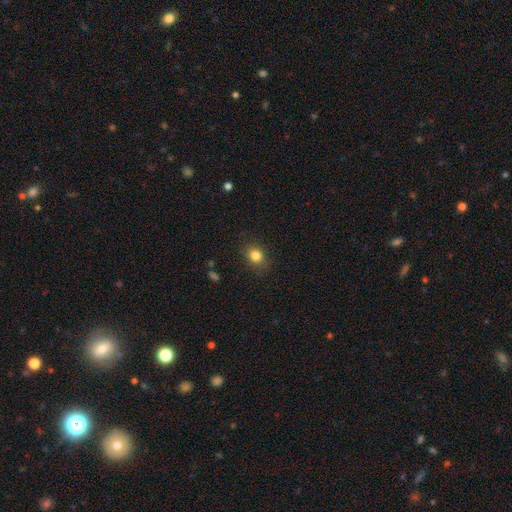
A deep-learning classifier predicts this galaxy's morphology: Smooth or featured? smooth (83%)
How rounded? round (59%)
Merging? none (84%)